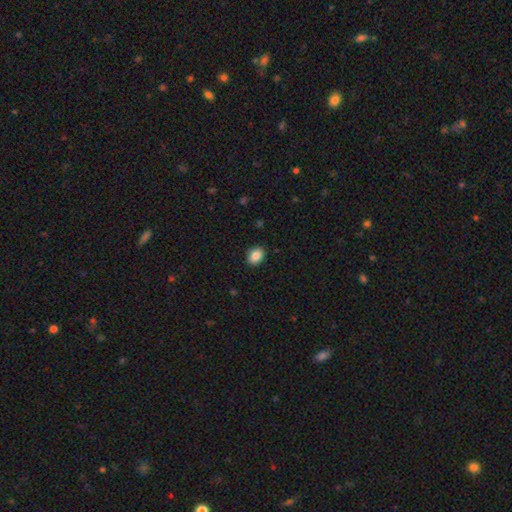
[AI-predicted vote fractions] This appears to be a smooth galaxy with no disk features (88%) that is in between round and cigar-shaped (71%). Merging: none (89%).